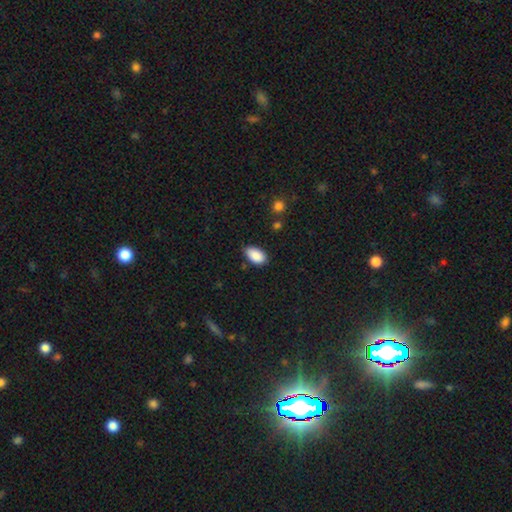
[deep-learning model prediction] Smooth or featured? Predicted: smooth (p=0.89). How rounded? Predicted: in between (p=0.94). Merging? Predicted: none (p=0.76).